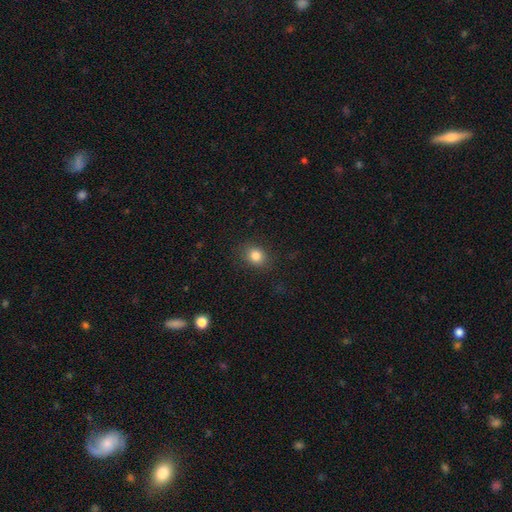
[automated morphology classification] This appears to be a smooth galaxy with no disk features (83%) that is round (53%). Merging: none (85%).